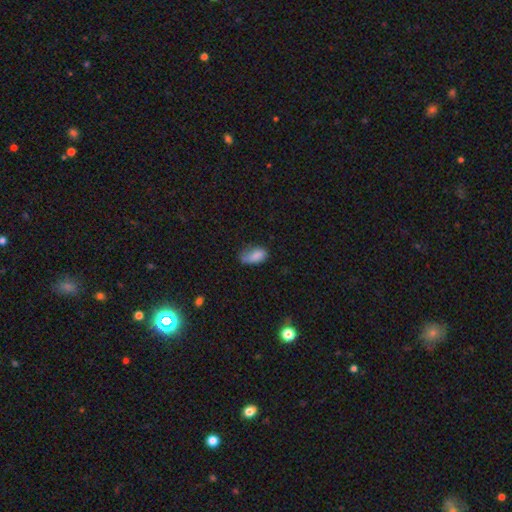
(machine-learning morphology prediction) smooth 81%, featured or disk 10%, star or artifact 9%. Down the decision tree: how rounded — in between (91%); merging — none (42%).